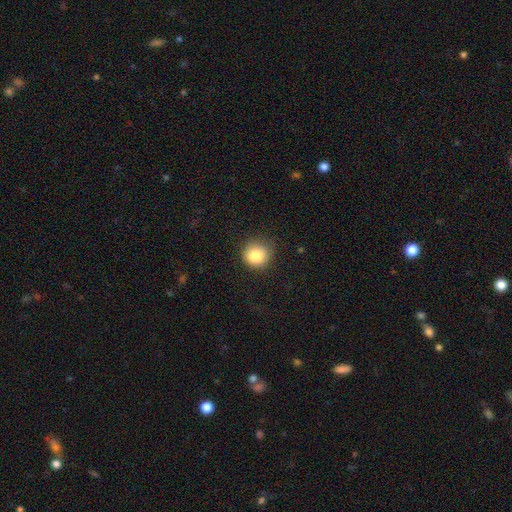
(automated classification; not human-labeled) Smooth or featured? Predicted: smooth (p=0.84). How rounded? Predicted: round (p=0.92). Merging? Predicted: none (p=0.79).